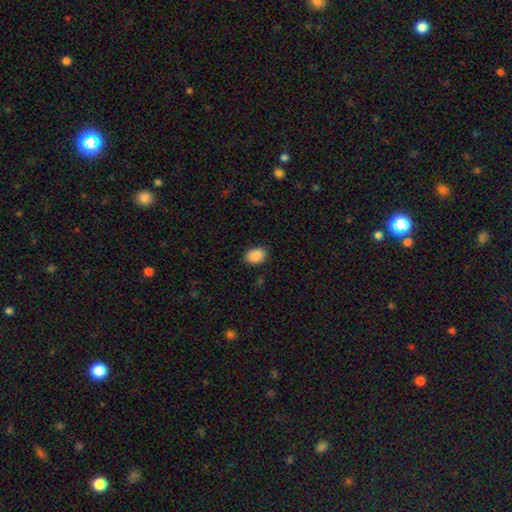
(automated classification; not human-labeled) A smooth galaxy with no disk features (90%) that is in between round and cigar-shaped (73%).

Vote fractions:
- Smooth or featured? smooth: 90% / star or artifact: 8% / featured or disk: 3%
- How rounded? in between: 73% / round: 26% / cigar-shaped: 1%
- Merging? none: 86% / minor disturbance: 11% / major disturbance: 3% / merger: 1%